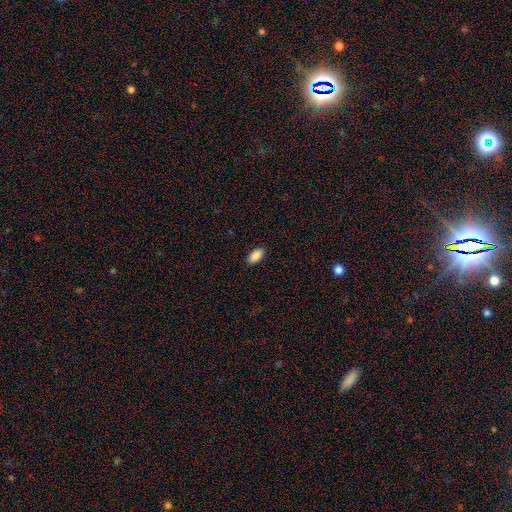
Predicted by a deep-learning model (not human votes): Q: Smooth or featured?
A: smooth (88%); runner-up: star or artifact (7%)
Q: How rounded?
A: in between (94%); runner-up: round (3%)
Q: Merging?
A: none (89%); runner-up: minor disturbance (8%)